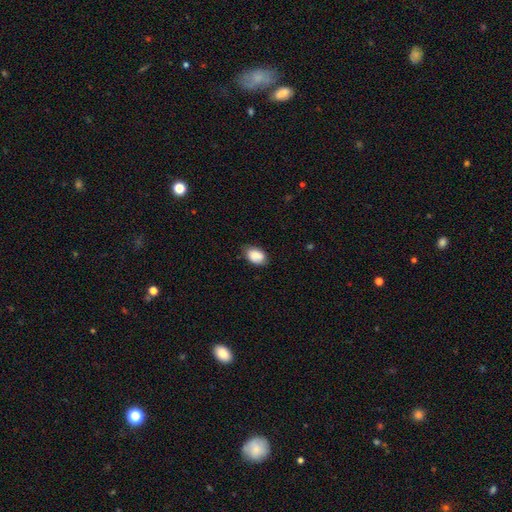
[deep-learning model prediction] This appears to be a smooth galaxy with no disk features (86%) that is in between round and cigar-shaped (89%). Merging: none (73%).